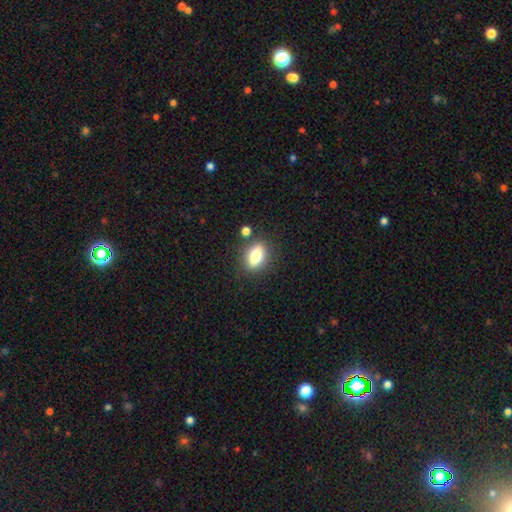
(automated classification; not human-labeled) Smooth or featured?
  - smooth: 72% *
  - featured or disk: 20%
  - star or artifact: 9%
How rounded?
  - in between: 75% *
  - round: 18%
  - cigar-shaped: 7%
Merging?
  - none: 81% *
  - minor disturbance: 10%
  - merger: 6%
  - major disturbance: 3%